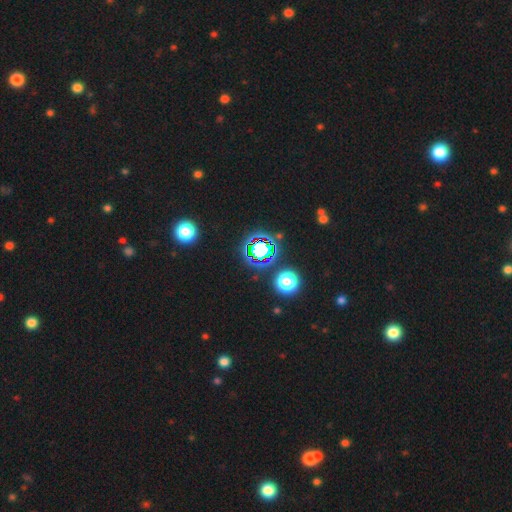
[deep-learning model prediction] smooth-or-featured: star or artifact: 77% | smooth: 16% | featured or disk: 7%